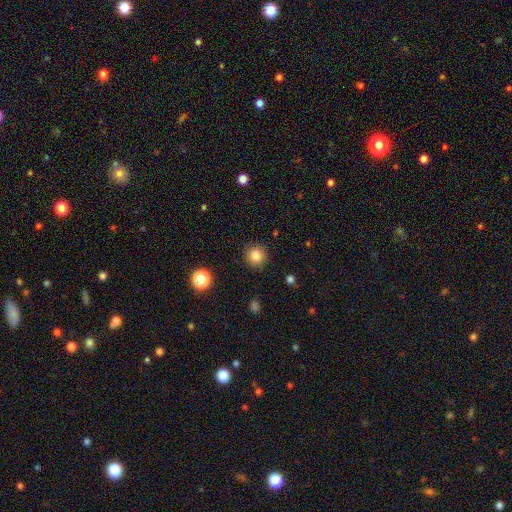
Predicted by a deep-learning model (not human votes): smooth 83%, star or artifact 12%, featured or disk 6%. Down the decision tree: how rounded — round (93%); merging — none (90%).